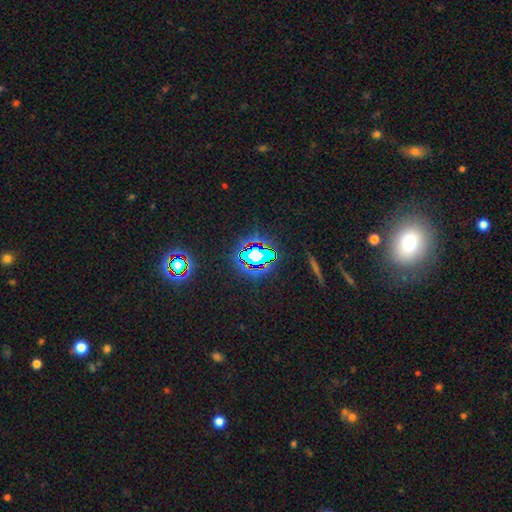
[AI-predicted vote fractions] Smooth or featured: star or artifact — 70% (smooth — 16%)